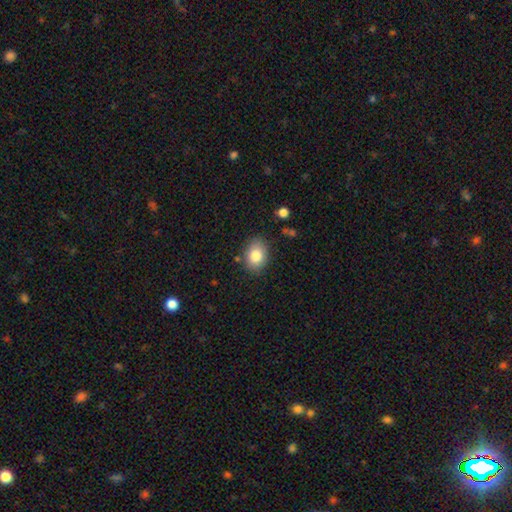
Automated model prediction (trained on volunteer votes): Q: Smooth or featured?
A: smooth (83%); runner-up: featured or disk (9%)
Q: How rounded?
A: in between (70%); runner-up: round (29%)
Q: Merging?
A: none (83%); runner-up: minor disturbance (12%)